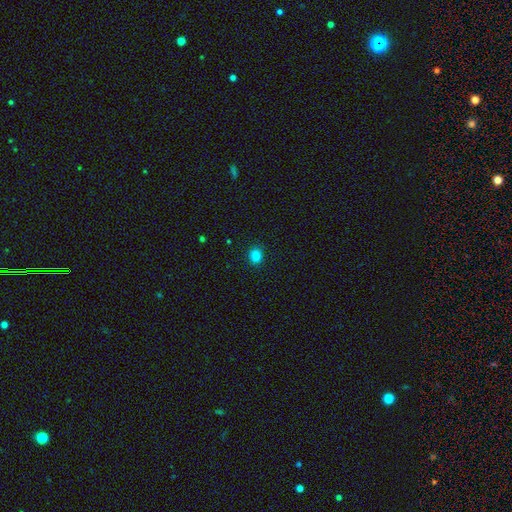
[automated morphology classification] Smooth or featured?
  - smooth: 85% *
  - star or artifact: 12%
  - featured or disk: 3%
How rounded?
  - round: 67% *
  - in between: 32%
  - cigar-shaped: 1%
Merging?
  - none: 90% *
  - minor disturbance: 7%
  - major disturbance: 2%
  - merger: 1%